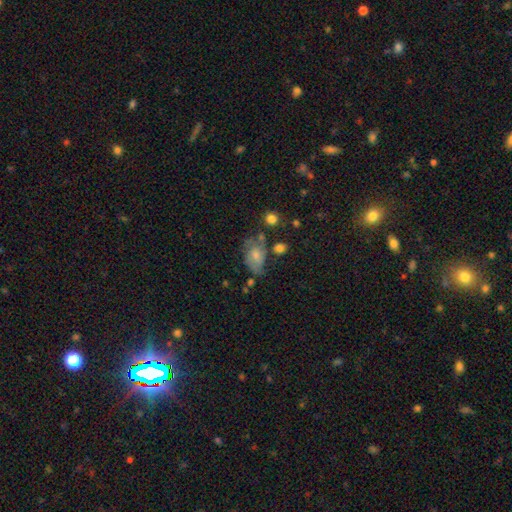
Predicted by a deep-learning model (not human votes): Overall: smooth (55%; featured or disk 36%). How rounded: in between (83%). Merging: none (41%; minor disturbance 32%).